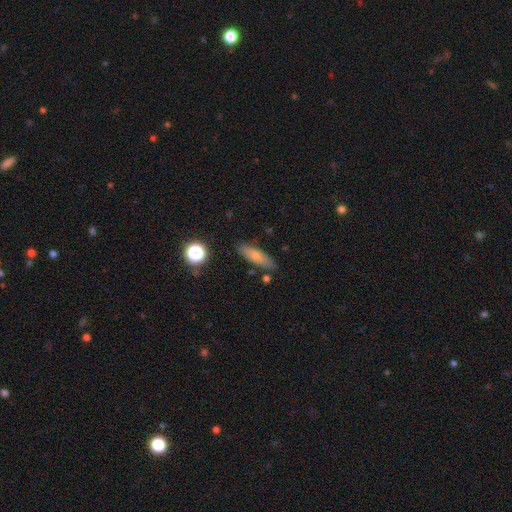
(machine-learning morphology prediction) Overall: smooth (71%). How rounded: cigar-shaped (54%; in between 43%). Merging: none (81%).